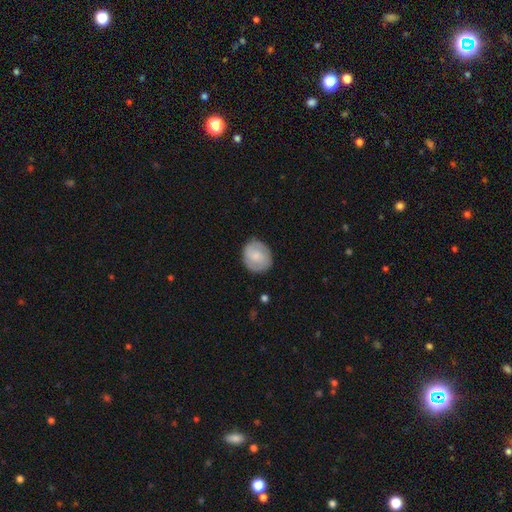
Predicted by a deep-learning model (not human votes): Morphology: type=smooth (58%); roundness=round (73%); merging=none (82%).